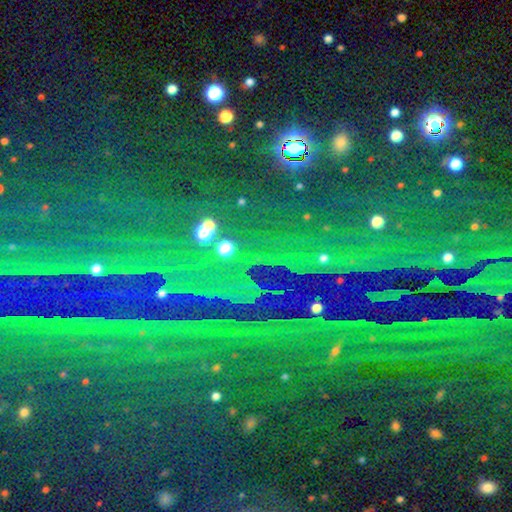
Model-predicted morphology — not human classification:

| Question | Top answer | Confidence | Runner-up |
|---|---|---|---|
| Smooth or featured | star or artifact | 85% | smooth (8%) |